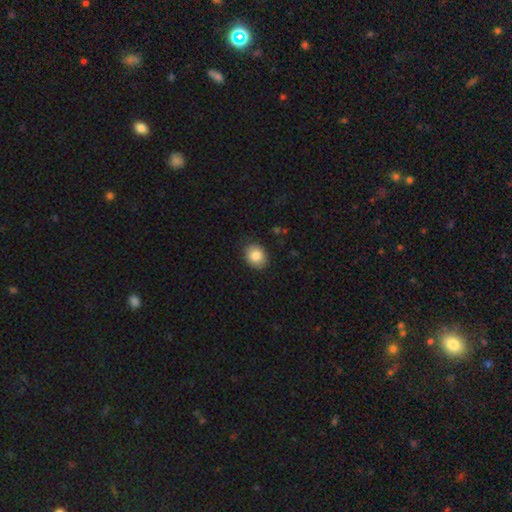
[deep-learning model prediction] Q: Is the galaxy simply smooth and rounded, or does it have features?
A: smooth — 85%.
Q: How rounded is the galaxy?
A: round — 51%.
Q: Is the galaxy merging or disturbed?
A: none — 86%.